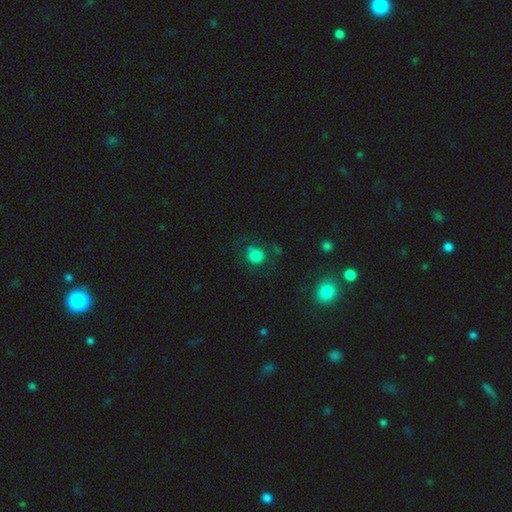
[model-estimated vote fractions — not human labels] The model was most divided on "merging": none: 64%, minor disturbance: 19%, major disturbance: 12%, merger: 4%. More confident: how rounded — round (82%); smooth or featured — smooth (78%).